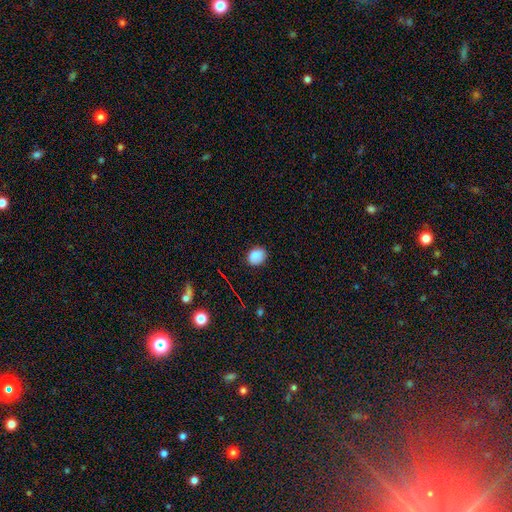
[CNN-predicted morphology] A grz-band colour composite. It shows a smooth galaxy with no disk features (84%) that is in between round and cigar-shaped (50%). Merging: none (82%).